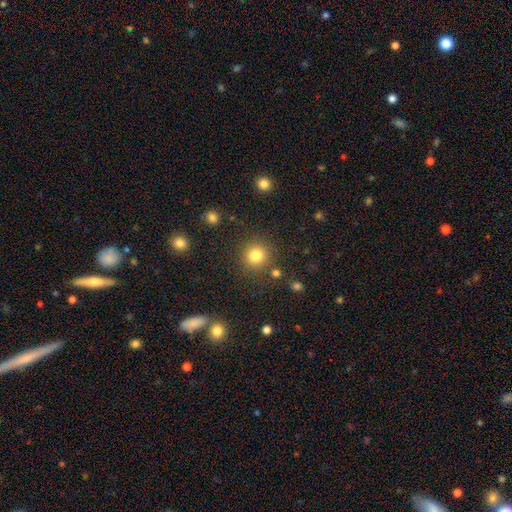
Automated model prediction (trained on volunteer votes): Smooth or featured? Predicted: smooth (p=0.82). How rounded? Predicted: round (p=0.92). Merging? Predicted: none (p=0.86).